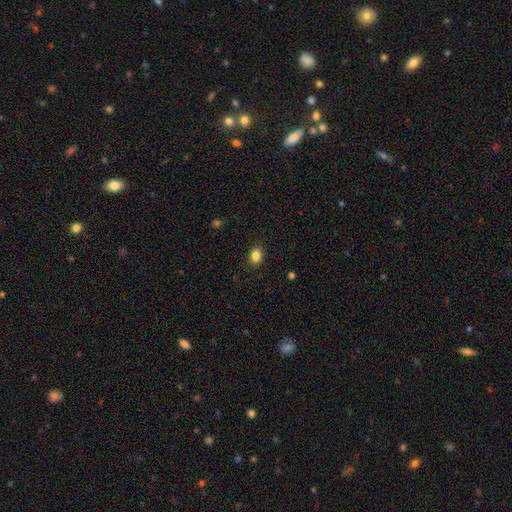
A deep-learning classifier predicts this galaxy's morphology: type=smooth (85%); roundness=in between (71%); merging=none (87%).